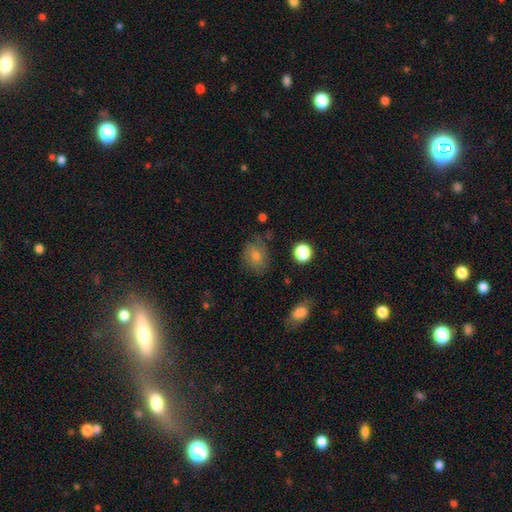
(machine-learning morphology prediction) The model was most divided on "how rounded": round: 52%, in between: 47%, cigar-shaped: 1%. More confident: merging — none (71%); smooth or featured — smooth (54%).